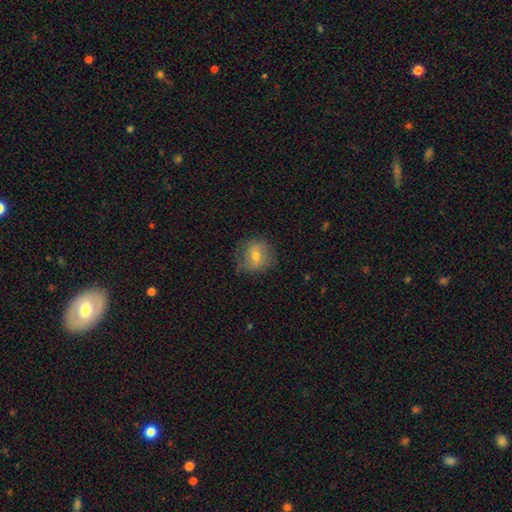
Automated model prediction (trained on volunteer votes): Morphology: type=smooth (68%); roundness=round (79%); merging=none (71%).